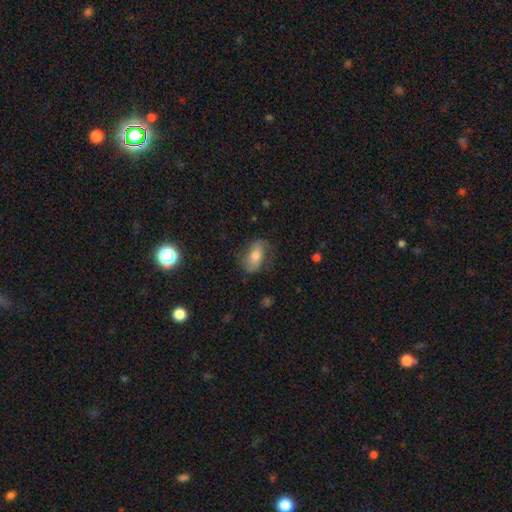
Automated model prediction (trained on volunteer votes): Morphology: type=smooth (57%); roundness=in between (86%); merging=none (67%).